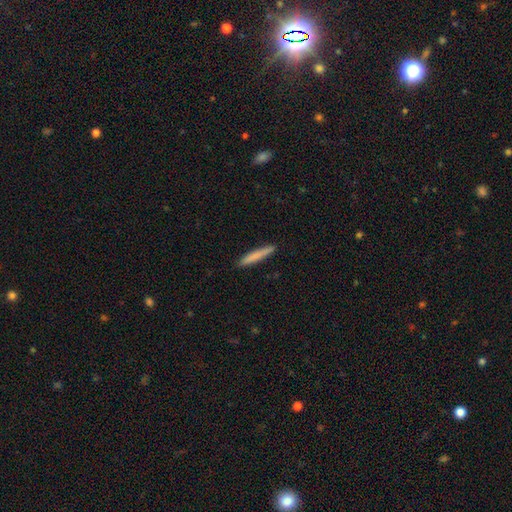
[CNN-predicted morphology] The model was most divided on "smooth or featured": smooth: 79%, featured or disk: 15%, star or artifact: 6%. More confident: how rounded — cigar-shaped (95%); merging — none (91%).